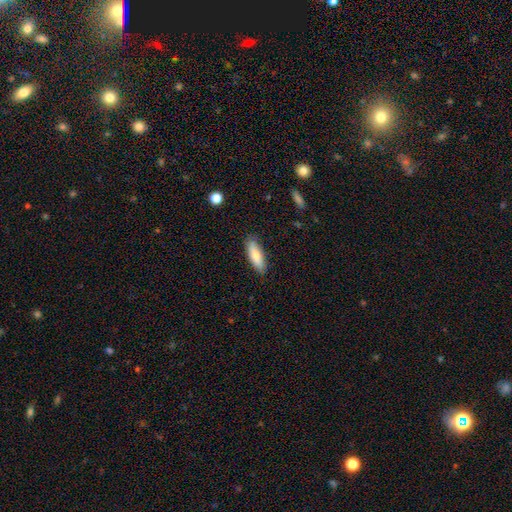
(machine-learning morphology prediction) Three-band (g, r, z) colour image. It shows a smooth galaxy with no disk features (78%) that is in between round and cigar-shaped (54%). Merging: none (86%).